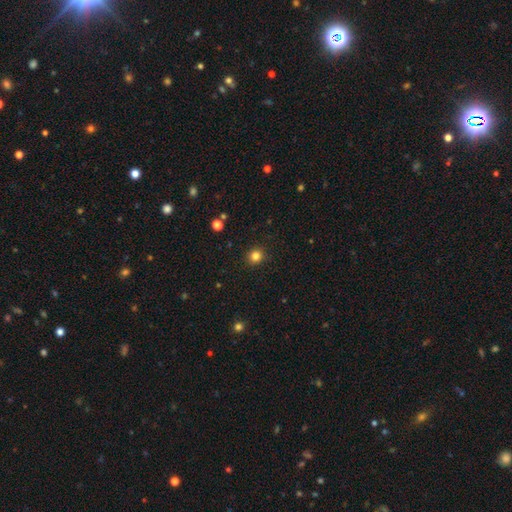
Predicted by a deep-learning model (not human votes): This appears to be a smooth galaxy with no disk features (82%) that is round (88%). Merging: none (91%).